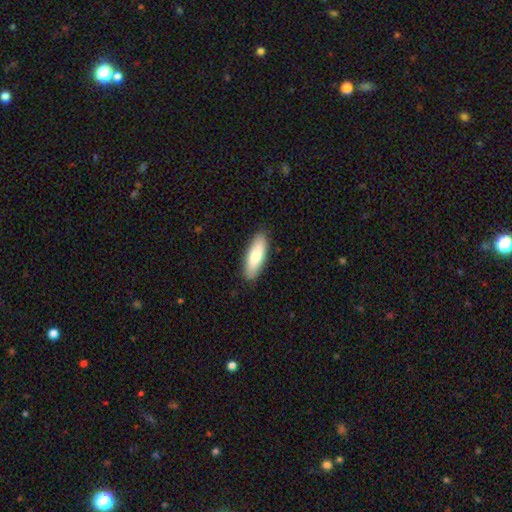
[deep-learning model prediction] smooth_or_featured: smooth (p=0.77) [alt: featured or disk p=0.18]
how_rounded: in between (p=0.59) [alt: cigar-shaped p=0.39]
merging: none (p=0.88) [alt: minor disturbance p=0.09]